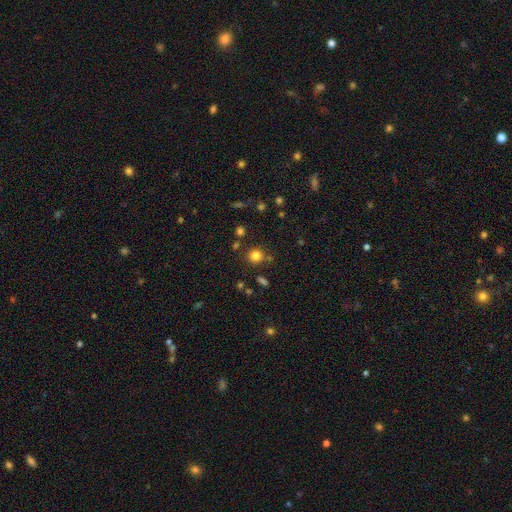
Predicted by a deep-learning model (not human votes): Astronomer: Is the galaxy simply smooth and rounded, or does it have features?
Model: smooth — 79%.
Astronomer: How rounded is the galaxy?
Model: round — 89%.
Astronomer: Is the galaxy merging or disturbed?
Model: none — 81%.